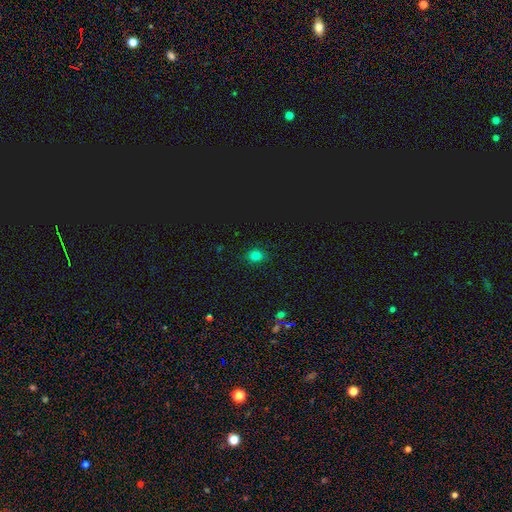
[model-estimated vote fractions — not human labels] Smooth or featured? Predicted: smooth (p=0.76). How rounded? Predicted: round (p=0.67). Merging? Predicted: none (p=0.88).